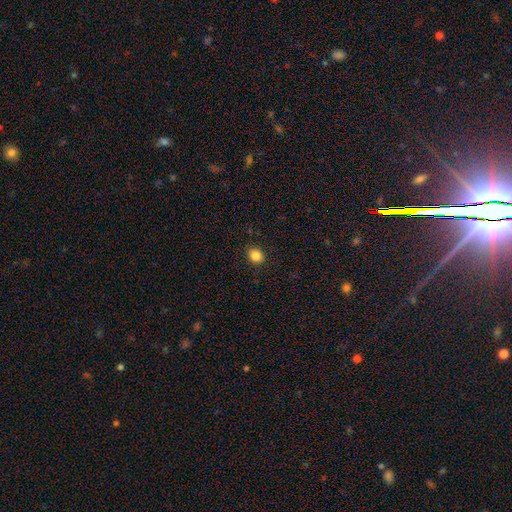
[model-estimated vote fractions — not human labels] This appears to be a smooth galaxy with no disk features (86%) that is round (59%). Merging: none (89%).